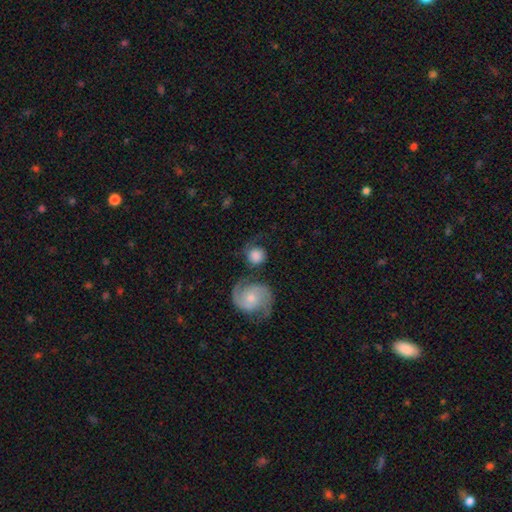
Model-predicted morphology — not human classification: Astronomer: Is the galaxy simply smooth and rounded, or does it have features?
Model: smooth — 54% (runner-up: featured or disk, 38%).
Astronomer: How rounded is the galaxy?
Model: round — 88%.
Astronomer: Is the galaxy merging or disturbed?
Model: none — 59%.